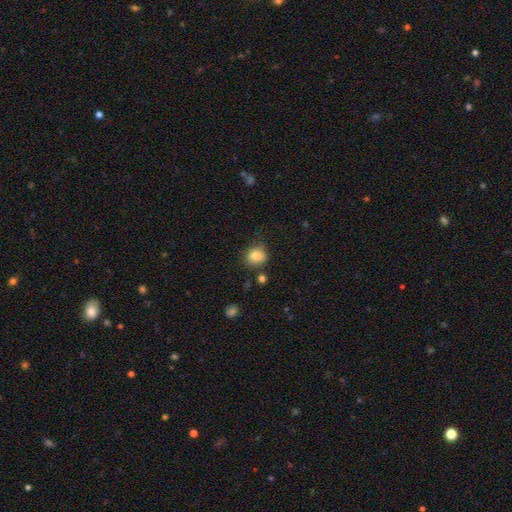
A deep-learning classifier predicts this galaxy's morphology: type=smooth (82%); roundness=round (81%); merging=none (78%).